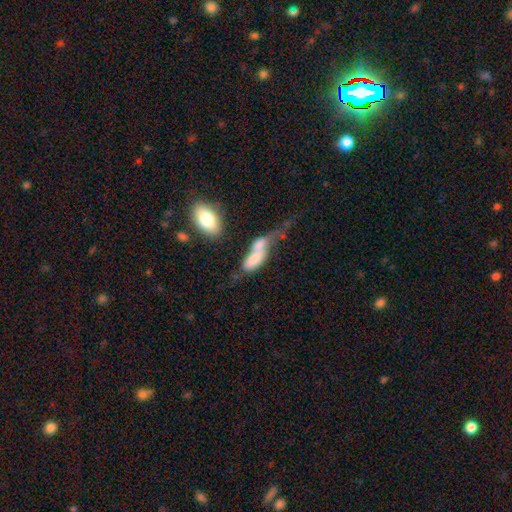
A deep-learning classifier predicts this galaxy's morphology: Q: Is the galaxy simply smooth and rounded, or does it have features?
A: smooth — 64%.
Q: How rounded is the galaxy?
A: in between — 73%.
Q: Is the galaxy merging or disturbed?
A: merger — 56%.